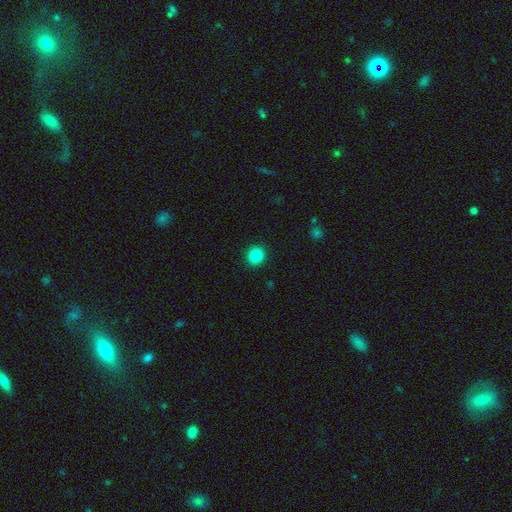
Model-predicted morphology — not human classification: Smooth or featured?
  - smooth: 85% *
  - star or artifact: 10%
  - featured or disk: 5%
How rounded?
  - round: 90% *
  - in between: 9%
  - cigar-shaped: 1%
Merging?
  - none: 93% *
  - minor disturbance: 5%
  - major disturbance: 2%
  - merger: 1%